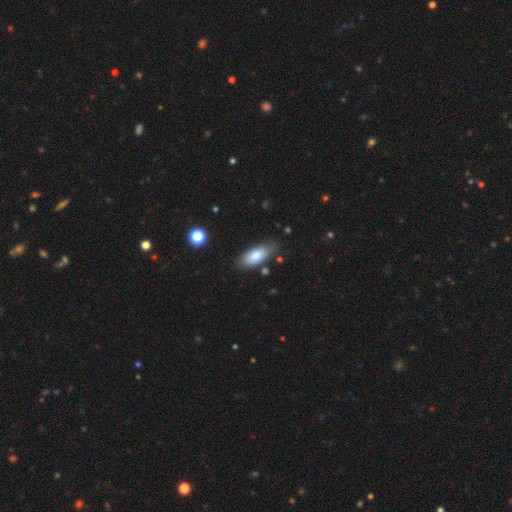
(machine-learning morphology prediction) Smooth or featured? Predicted: smooth (p=0.80). How rounded? Predicted: in between (p=0.86). Merging? Predicted: none (p=0.77).